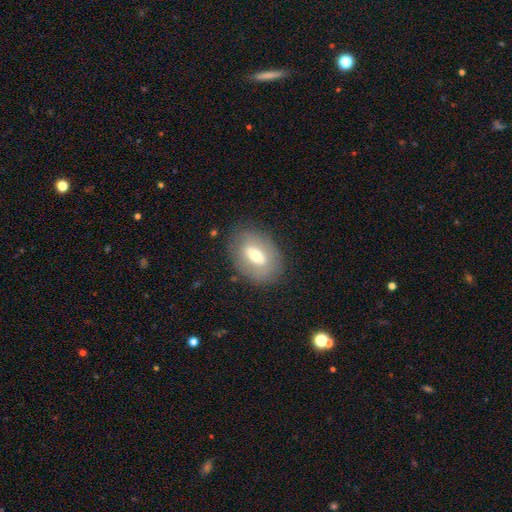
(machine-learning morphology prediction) type=featured or disk (48%); merging=none (80%).